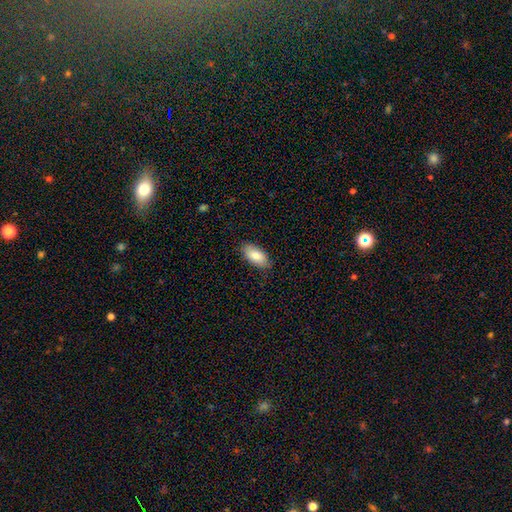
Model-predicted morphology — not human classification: Smooth or featured? smooth (85%)
How rounded? in between (92%)
Merging? none (85%)